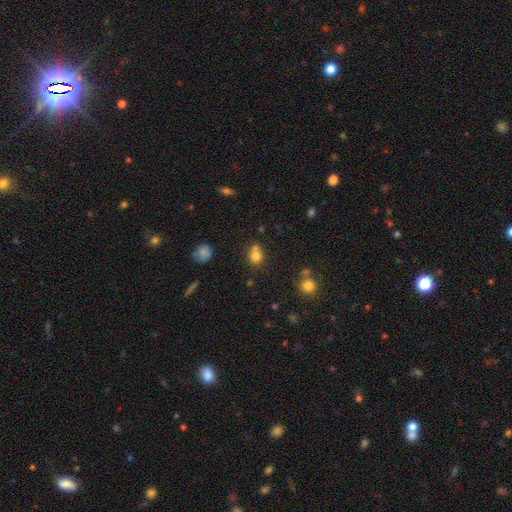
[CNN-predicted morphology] A smooth galaxy with no disk features (77%) that is round (77%).

Vote fractions:
- Smooth or featured? smooth: 77% / star or artifact: 13% / featured or disk: 10%
- How rounded? round: 77% / in between: 22% / cigar-shaped: 1%
- Merging? none: 49% / merger: 36% / minor disturbance: 11% / major disturbance: 4%